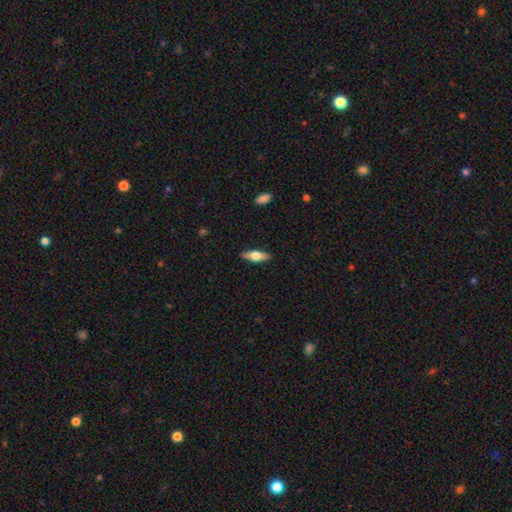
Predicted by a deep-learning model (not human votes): The model was most divided on "smooth or featured" (2-way tie): featured or disk: 47%, smooth: 47%, star or artifact: 6%. More confident: merging — none (89%).